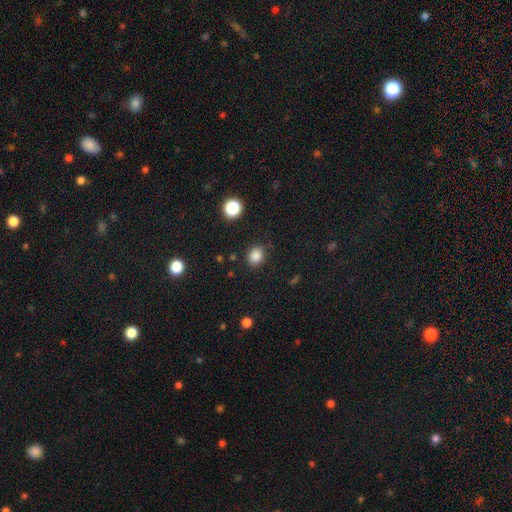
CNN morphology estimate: smooth-or-featured: smooth: 85% | star or artifact: 12% | featured or disk: 4%
  how-rounded: round: 62% | in between: 37% | cigar-shaped: 1%
  merging: none: 85% | minor disturbance: 10% | major disturbance: 3% | merger: 2%